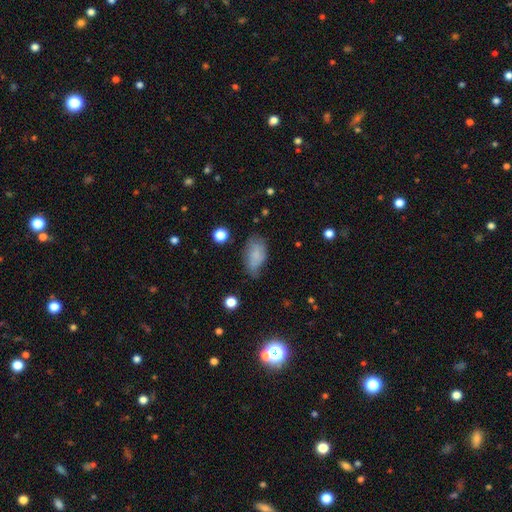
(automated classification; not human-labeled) smooth 76%, featured or disk 15%, star or artifact 9%. Down the decision tree: how rounded — in between (92%); merging — none (50%).